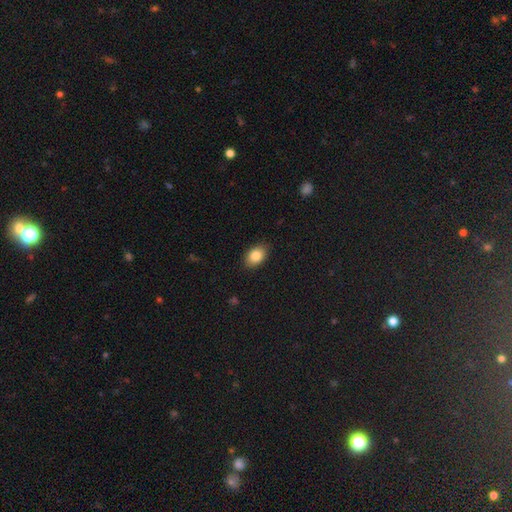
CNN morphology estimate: Smooth or featured? smooth (85%)
How rounded? in between (84%)
Merging? none (86%)